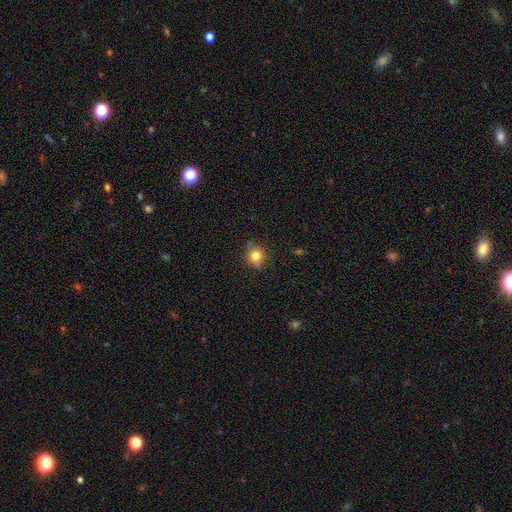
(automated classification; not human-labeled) smooth_or_featured: smooth (p=0.79) [alt: star or artifact p=0.12]
how_rounded: round (p=0.84) [alt: in between p=0.15]
merging: none (p=0.80) [alt: minor disturbance p=0.15]